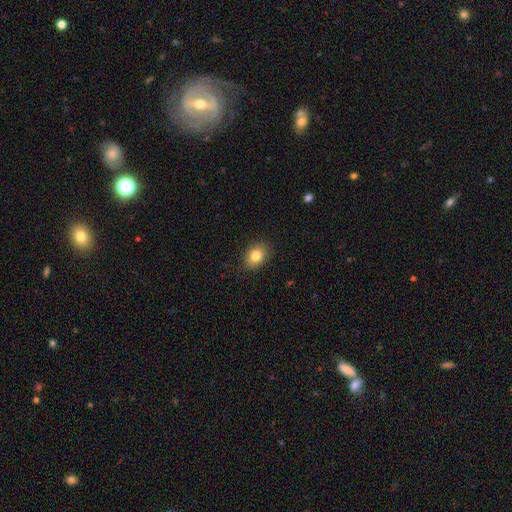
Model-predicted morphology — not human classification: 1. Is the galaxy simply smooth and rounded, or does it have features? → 81% smooth, 9% star or artifact, 9% featured or disk.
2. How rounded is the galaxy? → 66% in between, 33% round, 1% cigar-shaped.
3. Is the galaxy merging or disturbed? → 87% none, 9% minor disturbance, 2% major disturbance, 1% merger.